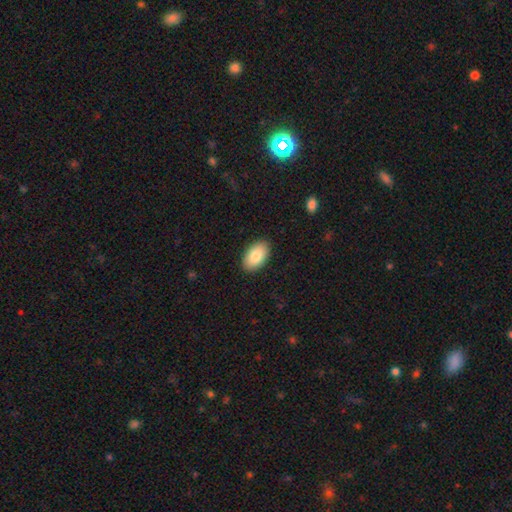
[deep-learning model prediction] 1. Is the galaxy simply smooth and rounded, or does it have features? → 84% smooth, 10% featured or disk, 6% star or artifact.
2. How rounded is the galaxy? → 94% in between, 5% round, 1% cigar-shaped.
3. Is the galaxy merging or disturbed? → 89% none, 8% minor disturbance, 2% major disturbance, 1% merger.